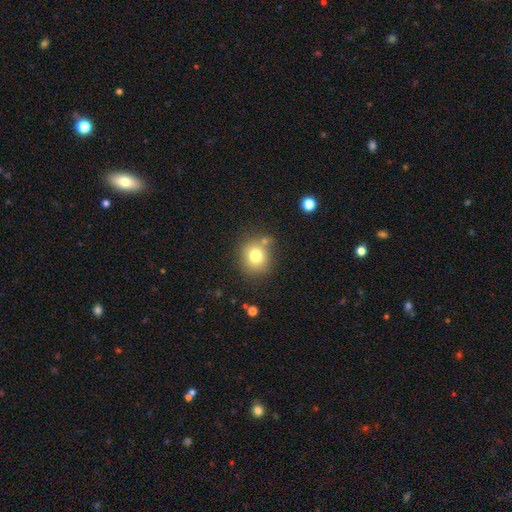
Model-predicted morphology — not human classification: type=smooth (77%); roundness=round (82%); merging=none (72%).